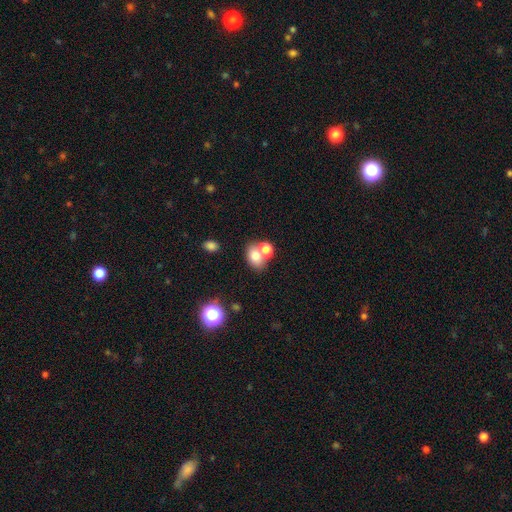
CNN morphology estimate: type=smooth (75%); roundness=in between (66%); merging=none (44%).